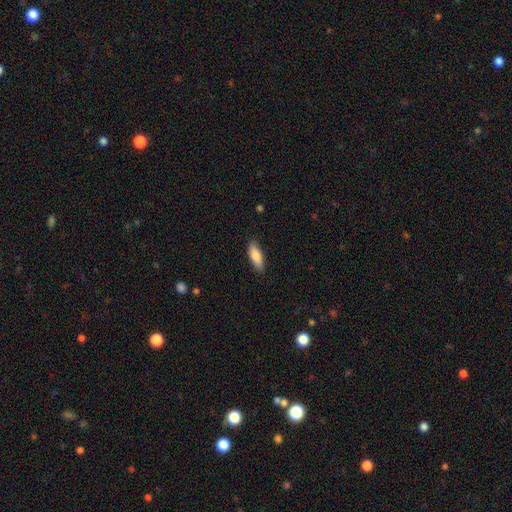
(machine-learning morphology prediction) Smooth or featured? smooth (83%)
How rounded? in between (61%)
Merging? none (87%)